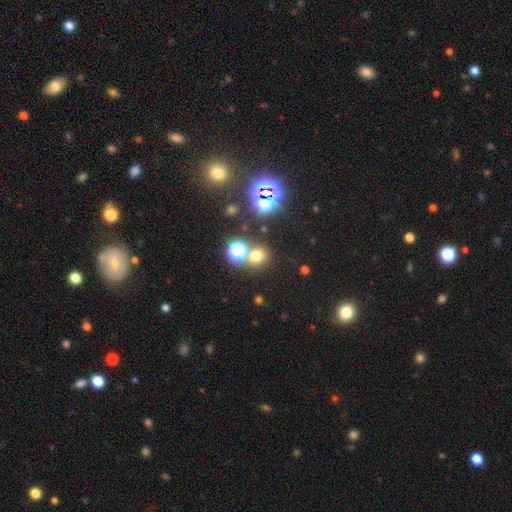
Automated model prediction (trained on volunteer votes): Smooth or featured? Predicted: smooth (p=0.62). How rounded? Predicted: round (p=0.85). Merging? Predicted: none (p=0.73).